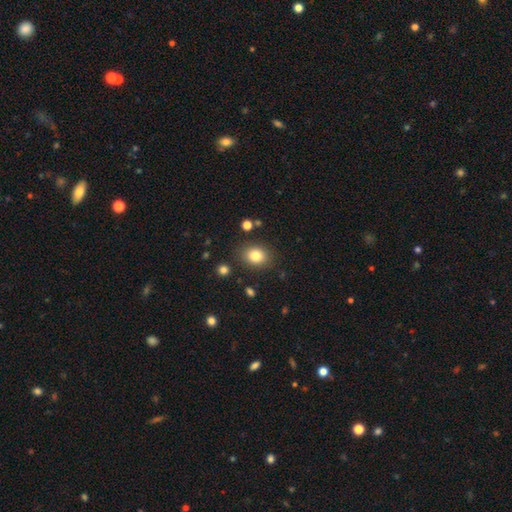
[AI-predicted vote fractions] Smooth or featured? Predicted: smooth (p=0.82). How rounded? Predicted: in between (p=0.51). Merging? Predicted: none (p=0.85).